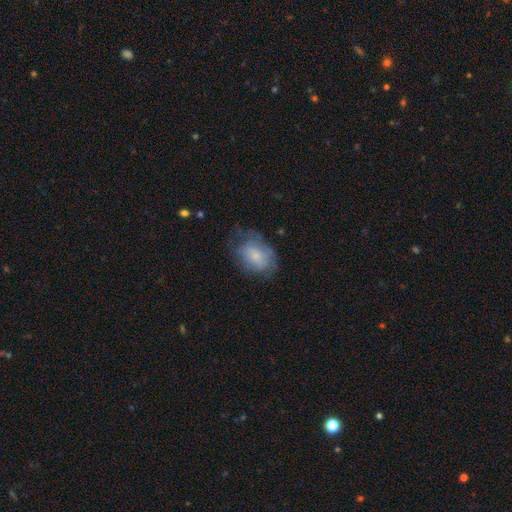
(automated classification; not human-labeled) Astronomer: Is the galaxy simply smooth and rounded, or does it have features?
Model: smooth — 61%.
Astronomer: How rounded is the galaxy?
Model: in between — 74%.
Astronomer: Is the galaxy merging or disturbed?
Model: none — 48% (runner-up: minor disturbance, 29%).